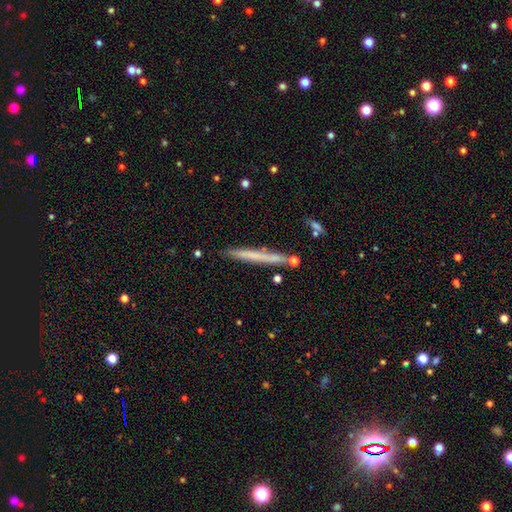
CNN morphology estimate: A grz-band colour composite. It shows a smooth galaxy with no disk features (57%) that is cigar-shaped (97%). Merging: none (84%).